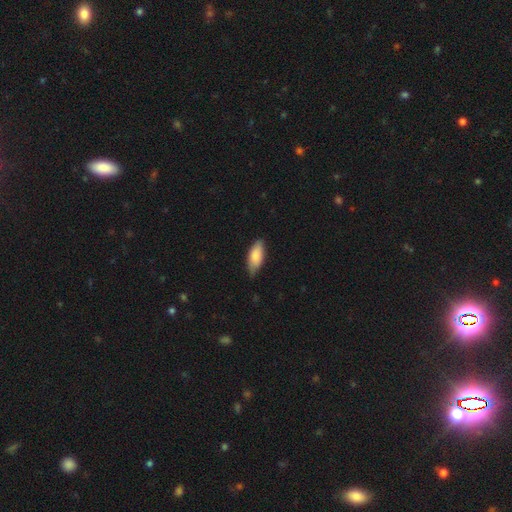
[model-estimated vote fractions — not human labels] The model was most divided on "merging": none: 72%, minor disturbance: 24%, major disturbance: 3%, merger: 1%. More confident: how rounded — in between (84%); smooth or featured — smooth (83%).